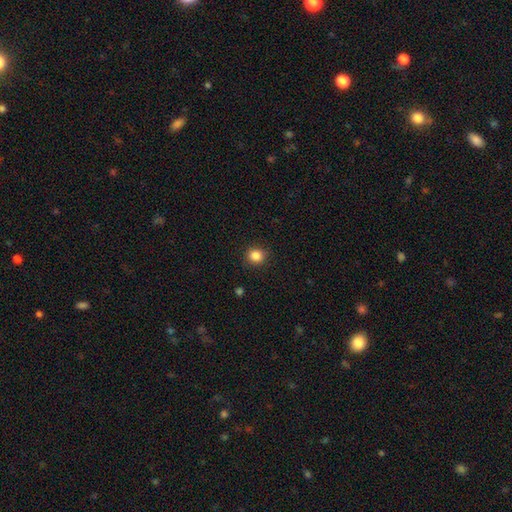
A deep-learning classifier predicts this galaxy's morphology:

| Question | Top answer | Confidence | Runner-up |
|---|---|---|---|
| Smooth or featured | smooth | 85% | star or artifact (11%) |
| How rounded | round | 86% | in between (13%) |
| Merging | none | 90% | minor disturbance (7%) |